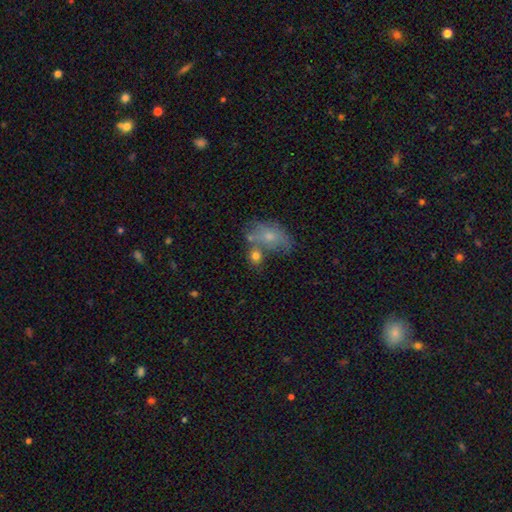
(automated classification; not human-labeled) Smooth or featured? Predicted: smooth (p=0.70). How rounded? Predicted: round (p=0.51). Merging? Predicted: none (p=0.42).